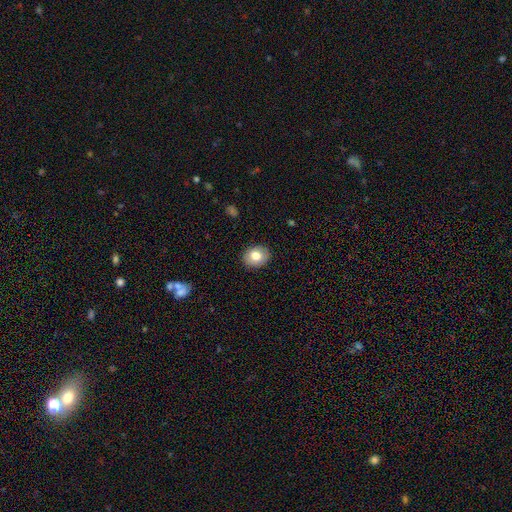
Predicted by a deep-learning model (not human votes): Q: Smooth or featured?
A: smooth (78%); runner-up: featured or disk (14%)
Q: How rounded?
A: round (53%); runner-up: in between (46%)
Q: Merging?
A: none (89%); runner-up: minor disturbance (8%)